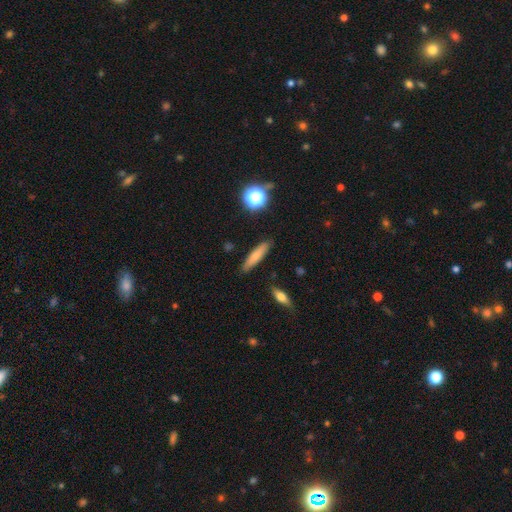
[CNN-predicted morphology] This appears to be a smooth galaxy with no disk features (73%) that is cigar-shaped (80%). Merging: none (87%).